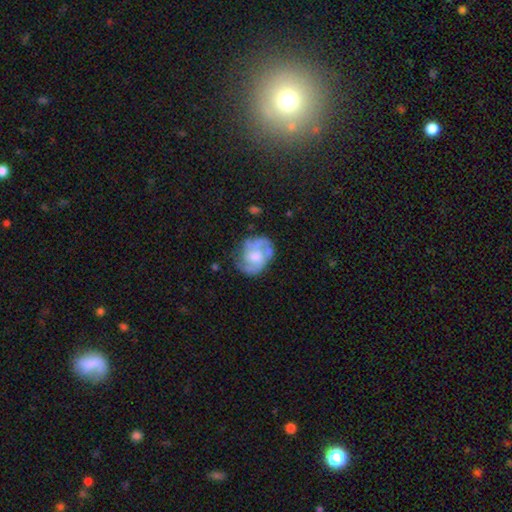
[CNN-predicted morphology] Overall: featured or disk (75%). Edge-on disk: no (98%). Bar: no (60%; weak 34%). Spiral arms: yes (87%). Spiral arm count: 2 (41%; 3 24%). Spiral winding: medium (48%; tight 34%). Bulge size: moderate (52%; small 24%). Merging: none (63%).